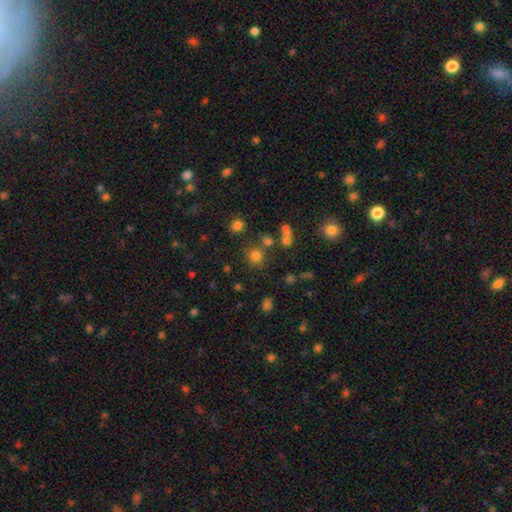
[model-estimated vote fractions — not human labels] Morphology: type=smooth (74%); roundness=round (86%); merging=none (72%).